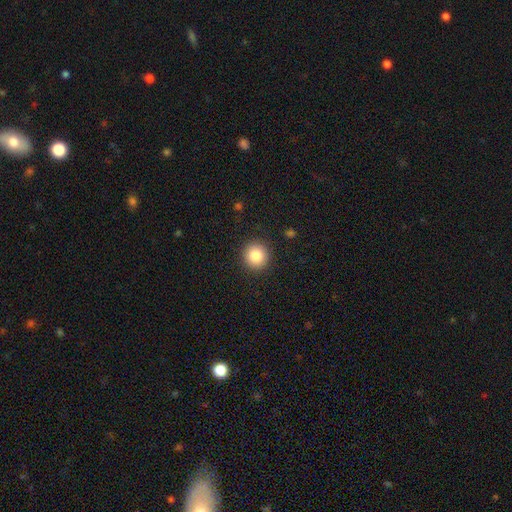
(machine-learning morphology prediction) Overall: smooth (84%). How rounded: round (94%). Merging: none (92%).